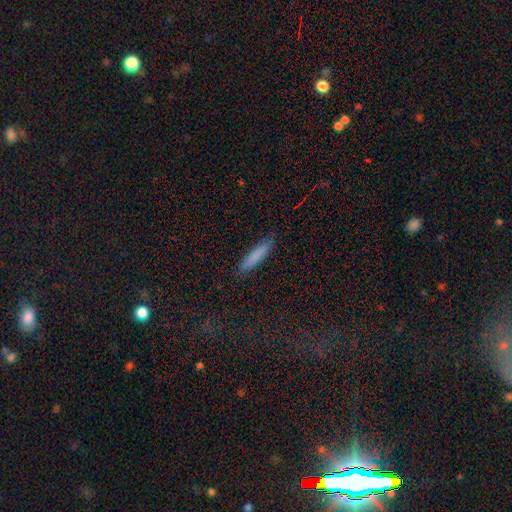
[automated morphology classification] Smooth or featured: smooth — 81% (featured or disk — 11%)
How rounded: cigar-shaped — 90% (in between — 9%)
Merging: none — 87% (minor disturbance — 10%)